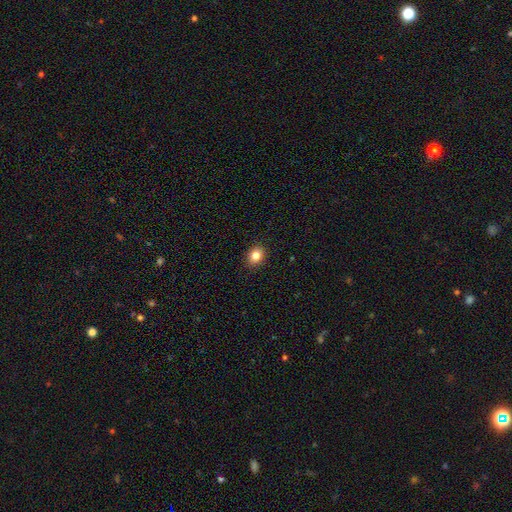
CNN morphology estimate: Smooth or featured? smooth (84%)
How rounded? round (54%)
Merging? none (90%)